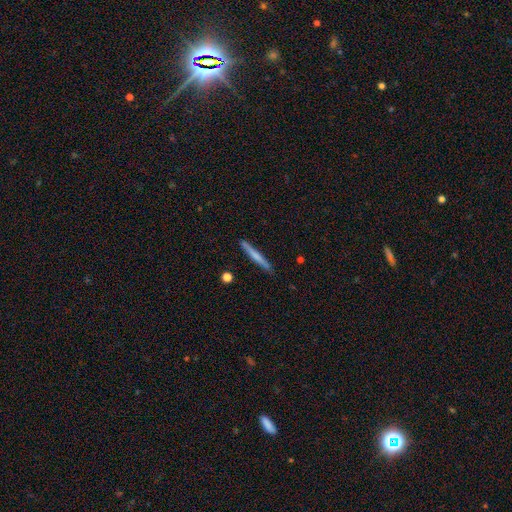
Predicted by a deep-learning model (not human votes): Smooth or featured? Predicted: smooth (p=0.58). How rounded? Predicted: cigar-shaped (p=0.96). Merging? Predicted: none (p=0.88).